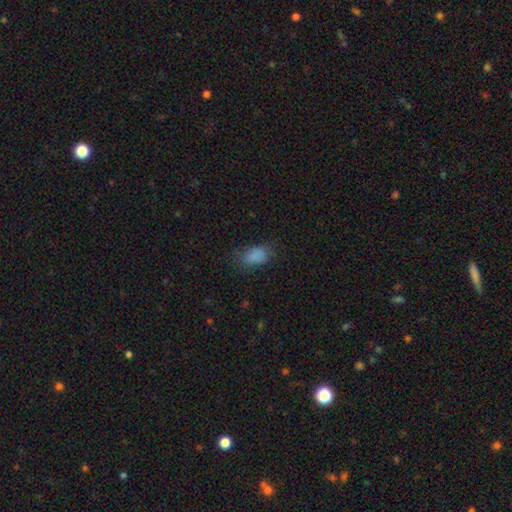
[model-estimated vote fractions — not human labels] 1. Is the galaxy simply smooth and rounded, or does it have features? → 82% smooth, 11% star or artifact, 6% featured or disk.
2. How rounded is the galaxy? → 87% in between, 11% round, 2% cigar-shaped.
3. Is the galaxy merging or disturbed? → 66% none, 23% minor disturbance, 10% major disturbance, 1% merger.